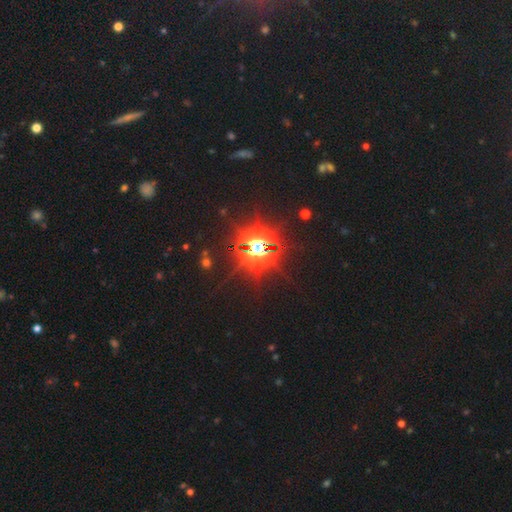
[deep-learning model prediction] The model was most divided on "smooth or featured": star or artifact: 80%, smooth: 11%, featured or disk: 9%.